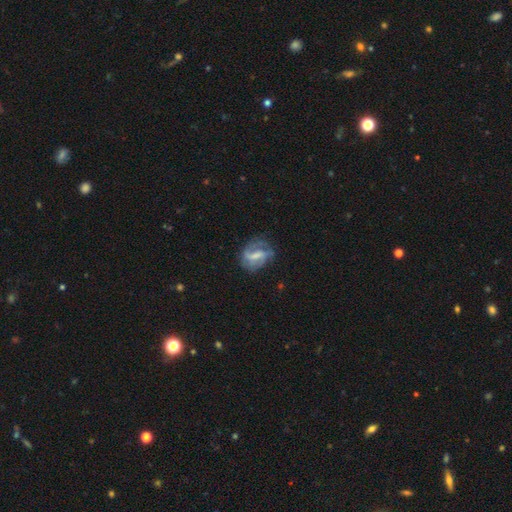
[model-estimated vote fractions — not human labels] Smooth or featured: featured or disk — 67% (smooth — 25%)
Edge-on disk: no — 96% (yes — 4%)
Bar: weak — 44% (strong — 39%)
Spiral arms: yes — 78% (no — 22%)
Spiral winding: medium — 40% (loose — 34%)
Spiral arm count: 2 — 56% (can't tell — 22%)
Bulge size: moderate — 36% (small — 30%)
Merging: none — 53% (minor disturbance — 25%)